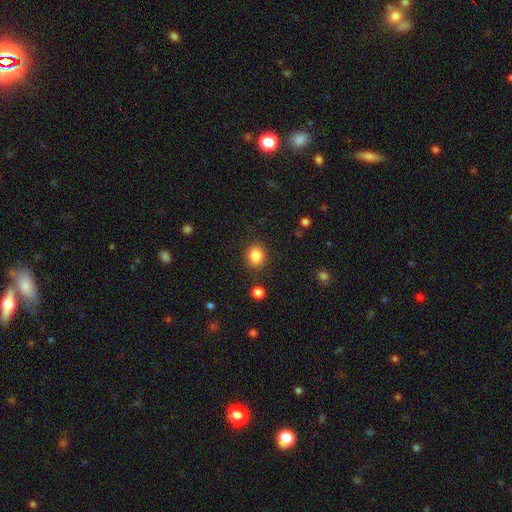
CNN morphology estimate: smooth-or-featured: smooth: 85% | star or artifact: 10% | featured or disk: 4%
  how-rounded: round: 73% | in between: 26% | cigar-shaped: 1%
  merging: none: 84% | minor disturbance: 10% | major disturbance: 3% | merger: 2%